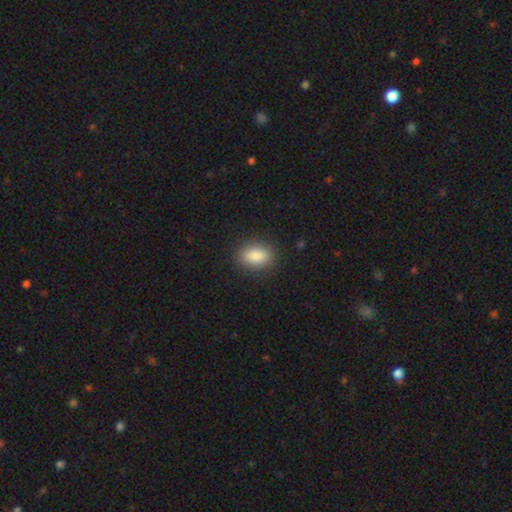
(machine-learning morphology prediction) Smooth or featured? smooth (88%)
How rounded? in between (84%)
Merging? none (87%)